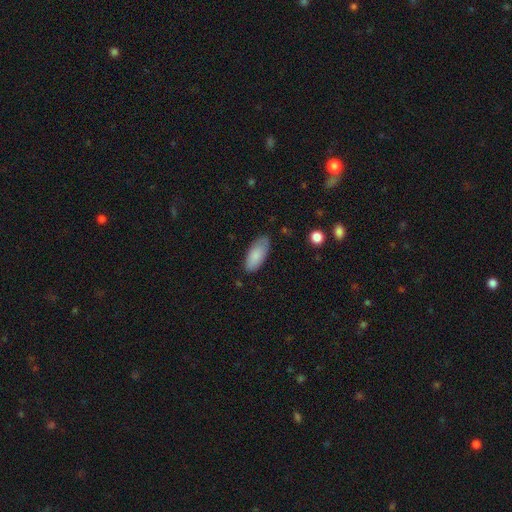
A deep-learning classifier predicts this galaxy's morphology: This is clearly a smooth galaxy (84%). How rounded: clearly in between (87%). Merging: likely none (79%).